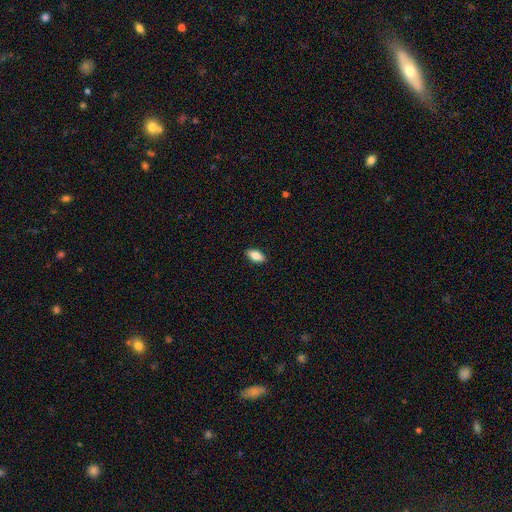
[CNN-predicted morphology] This appears to be a smooth galaxy with no disk features (83%) that is in between round and cigar-shaped (89%). Merging: none (89%).